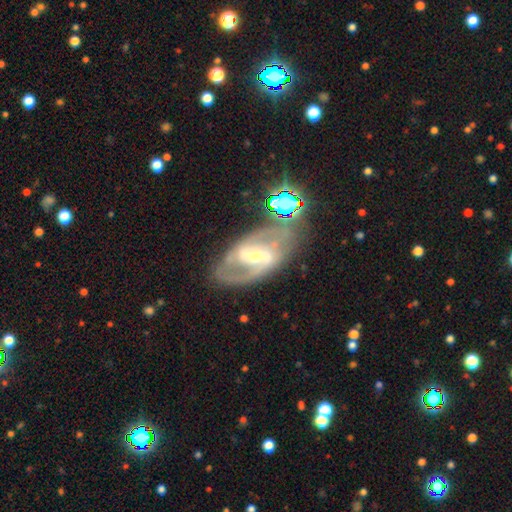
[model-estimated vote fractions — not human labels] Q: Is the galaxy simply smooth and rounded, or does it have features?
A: featured or disk — 84%.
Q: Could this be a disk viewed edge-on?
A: no — 95%.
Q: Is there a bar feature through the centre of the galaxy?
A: strong — 45%.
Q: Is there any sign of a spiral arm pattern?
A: yes — 89%.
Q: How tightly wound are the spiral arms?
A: medium — 52%.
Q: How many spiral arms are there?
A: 2 — 80%.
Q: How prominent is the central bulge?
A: small — 47%, tied with moderate.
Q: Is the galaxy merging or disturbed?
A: none — 63%.